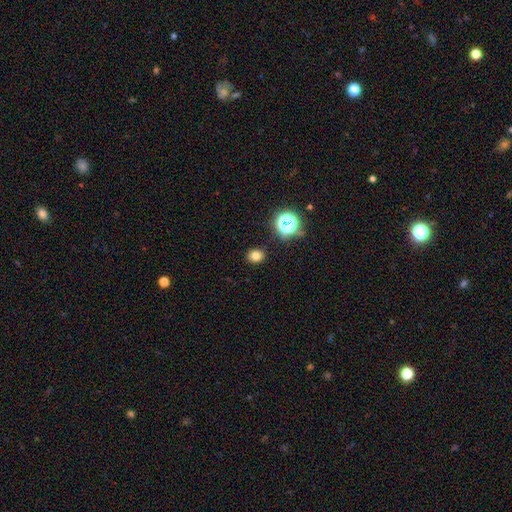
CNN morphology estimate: smooth 76%, star or artifact 18%, featured or disk 6%. Down the decision tree: how rounded — round (67%); merging — none (88%).